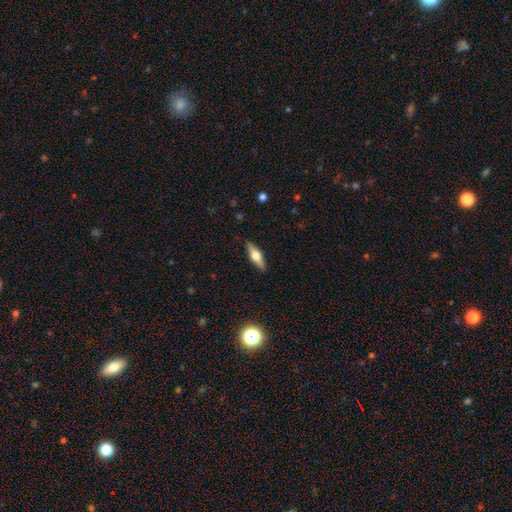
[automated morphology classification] Q: Smooth or featured?
A: featured or disk (53%); runner-up: smooth (41%)
Q: Edge-on disk?
A: yes (93%); runner-up: no (7%)
Q: Merging?
A: none (89%); runner-up: minor disturbance (8%)